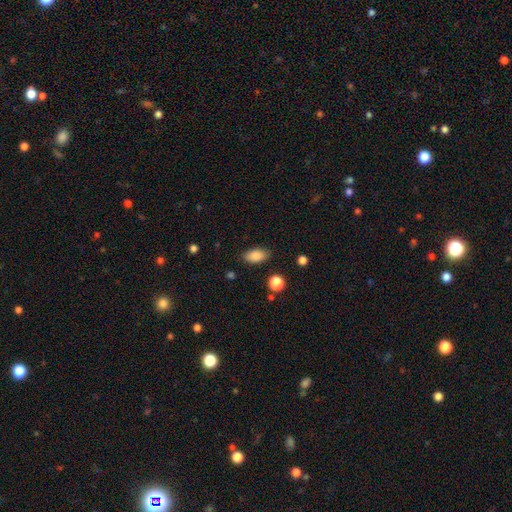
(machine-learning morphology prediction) The model was most divided on "merging": none: 85%, minor disturbance: 11%, major disturbance: 3%, merger: 1%. More confident: how rounded — in between (90%); smooth or featured — smooth (87%).